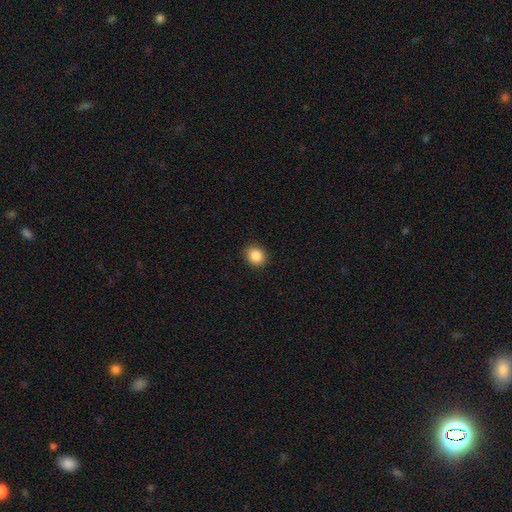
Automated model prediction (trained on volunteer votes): A smooth galaxy with no disk features (87%) that is round (70%). Merging: none (89%).